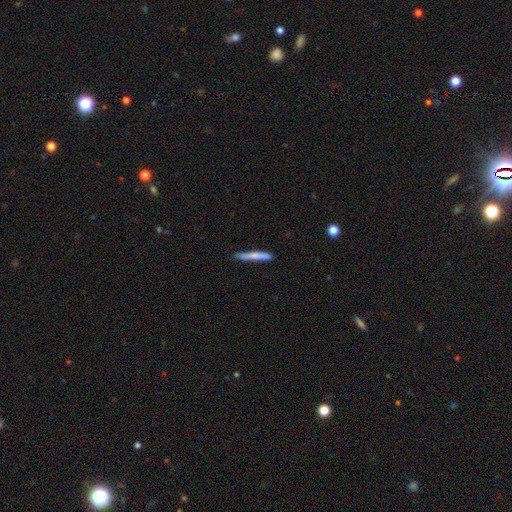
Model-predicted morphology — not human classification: This is likely a smooth galaxy (70%). How rounded: clearly cigar-shaped (96%). Merging: clearly none (84%).